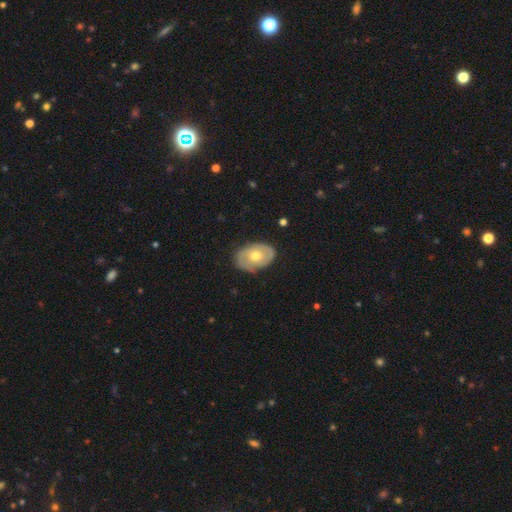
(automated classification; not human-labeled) smooth_or_featured: featured or disk (p=0.52) [alt: smooth p=0.42]
disk_edge_on: no (p=0.92) [alt: yes p=0.08]
merging: none (p=0.78) [alt: minor disturbance p=0.17]